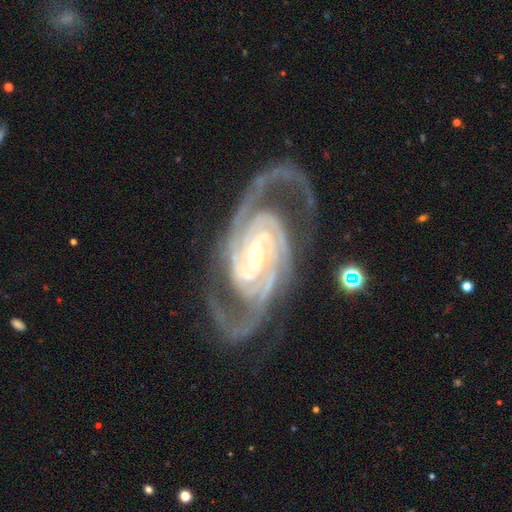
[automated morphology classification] This is clearly a featured or disk galaxy (94%). It is clearly not viewed edge-on (97%). Bar: marginally weak (39%). Spiral arm pattern: clearly yes (99%). Spiral arm count: possibly 2 (47%). Spiral winding: possibly tight (60%). Central bulge: possibly moderate (50%). Merging: likely none (71%).